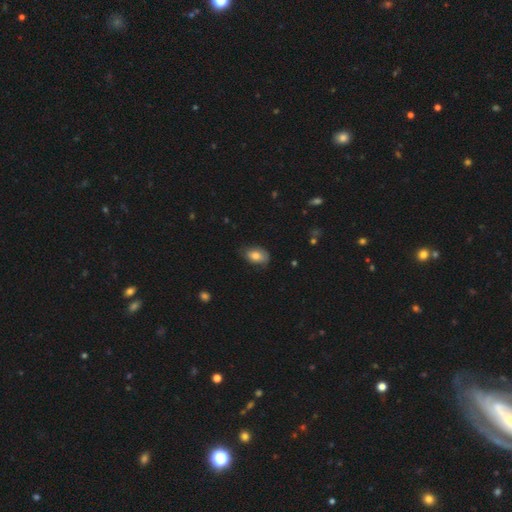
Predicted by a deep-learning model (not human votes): A smooth galaxy with no disk features (73%) that is in between round and cigar-shaped (88%).

Vote fractions:
- Smooth or featured? smooth: 73% / featured or disk: 19% / star or artifact: 8%
- How rounded? in between: 88% / round: 11% / cigar-shaped: 2%
- Merging? none: 63% / minor disturbance: 29% / major disturbance: 7% / merger: 1%